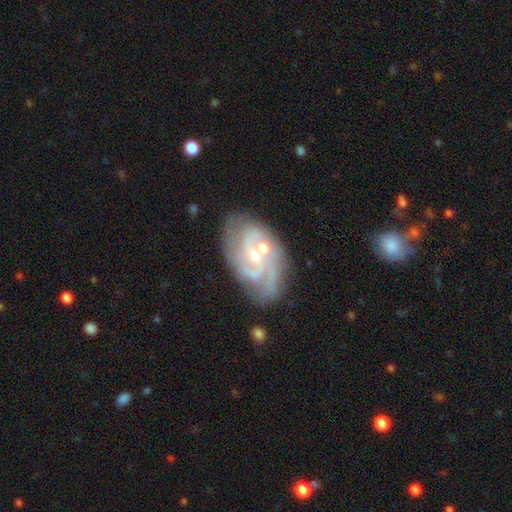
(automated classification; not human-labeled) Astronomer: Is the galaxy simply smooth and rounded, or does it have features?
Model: featured or disk — 85%.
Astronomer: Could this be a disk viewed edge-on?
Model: no — 97%.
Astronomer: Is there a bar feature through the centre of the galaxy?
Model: no — 58% (runner-up: weak, 34%).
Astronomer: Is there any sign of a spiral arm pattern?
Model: yes — 96%.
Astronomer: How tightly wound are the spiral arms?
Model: tight — 49% (runner-up: medium, 41%).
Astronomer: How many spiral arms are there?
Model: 3 — 35% (runner-up: 2, 26%).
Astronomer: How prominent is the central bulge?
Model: small — 68%.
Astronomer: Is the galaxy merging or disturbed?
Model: none — 64%.